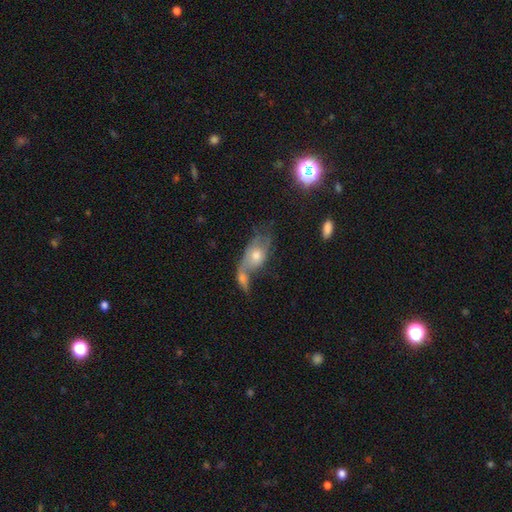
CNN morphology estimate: This is marginally a featured or disk galaxy (45%). Merging: possibly merger (53%).